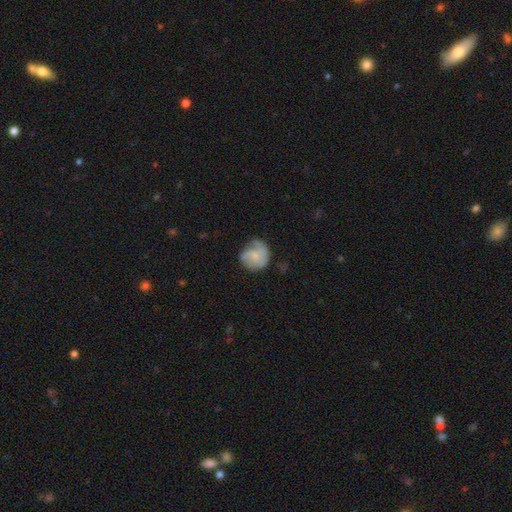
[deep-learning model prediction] smooth 51%, featured or disk 42%, star or artifact 7%. Down the decision tree: how rounded — round (80%); merging — none (49%).